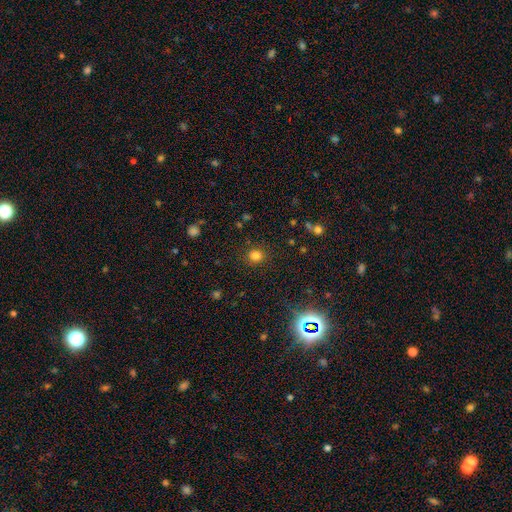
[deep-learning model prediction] A smooth galaxy with no disk features (80%) that is round (78%). Merging: none (86%).